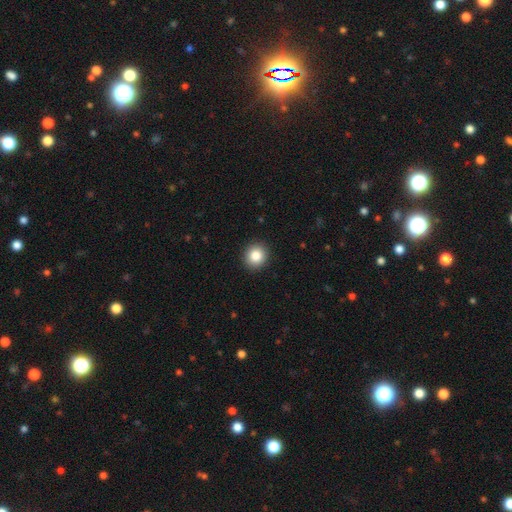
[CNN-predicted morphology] Smooth or featured? Predicted: smooth (p=0.85). How rounded? Predicted: round (p=0.90). Merging? Predicted: none (p=0.92).